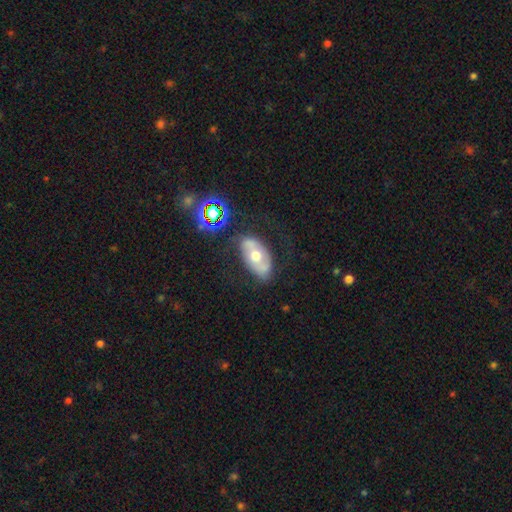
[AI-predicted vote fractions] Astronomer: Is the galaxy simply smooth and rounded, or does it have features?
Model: featured or disk — 55% (runner-up: smooth, 34%).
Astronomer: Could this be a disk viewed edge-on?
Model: no — 88%.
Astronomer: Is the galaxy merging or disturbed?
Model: none — 67%.